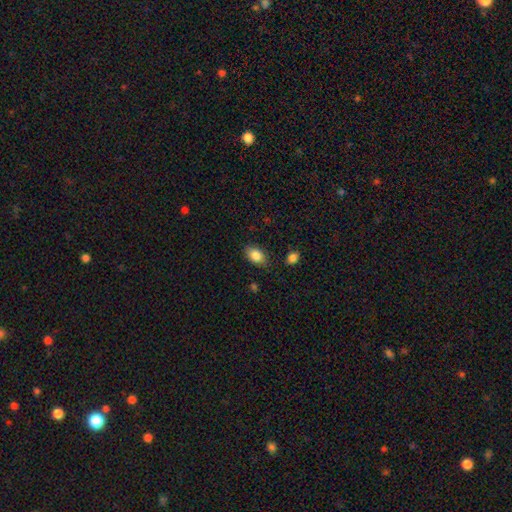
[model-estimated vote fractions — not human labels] smooth 85%, star or artifact 8%, featured or disk 8%. Down the decision tree: how rounded — in between (87%); merging — none (82%).